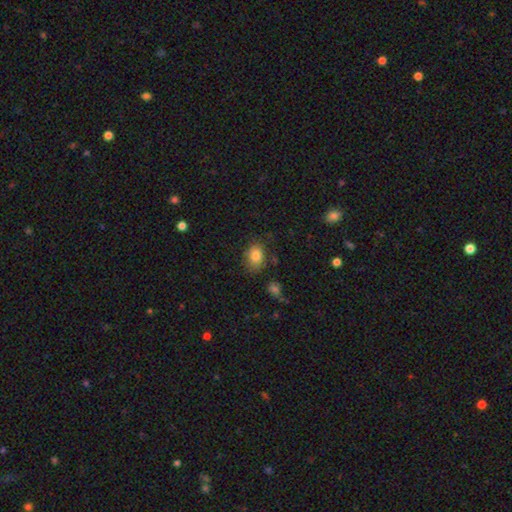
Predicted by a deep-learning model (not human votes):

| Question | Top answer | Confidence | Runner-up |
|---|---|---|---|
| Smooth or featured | smooth | 82% | star or artifact (9%) |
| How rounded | in between | 71% | round (28%) |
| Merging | none | 74% | minor disturbance (19%) |